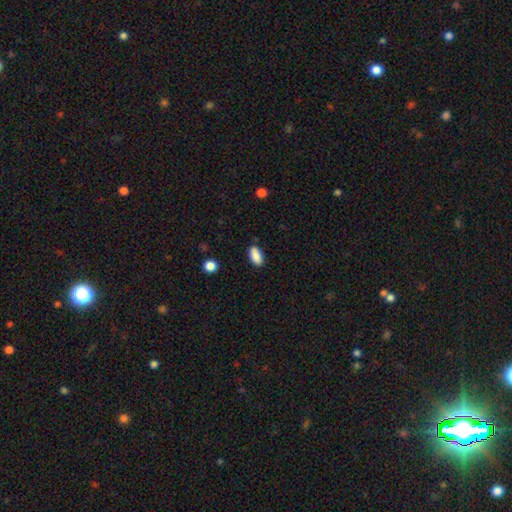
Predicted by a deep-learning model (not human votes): Smooth or featured: smooth — 88% (star or artifact — 7%)
How rounded: in between — 91% (cigar-shaped — 6%)
Merging: none — 83% (minor disturbance — 13%)